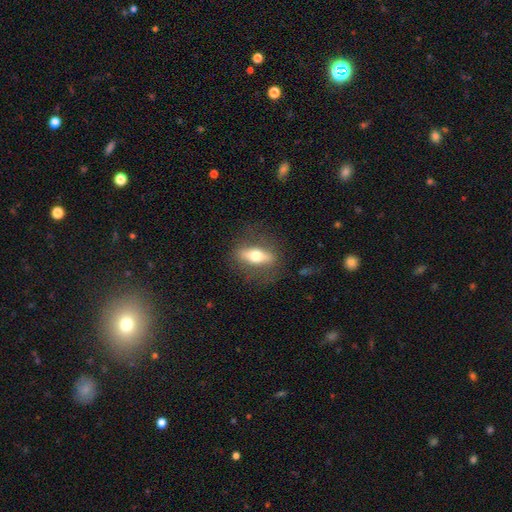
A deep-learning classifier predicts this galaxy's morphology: smooth 51%, featured or disk 42%, star or artifact 7%. Down the decision tree: how rounded — in between (59%); merging — none (78%).